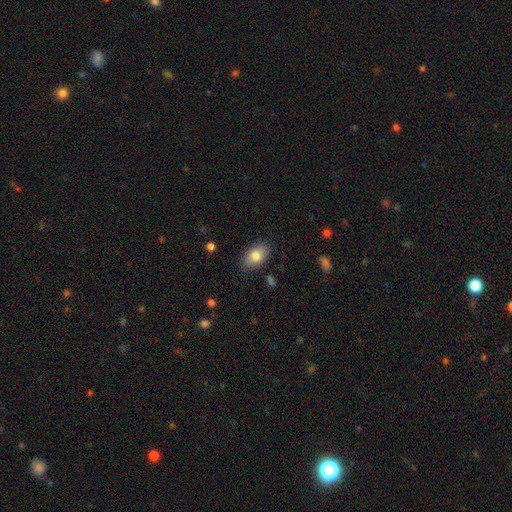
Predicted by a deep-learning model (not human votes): This is clearly a smooth galaxy (81%). How rounded: clearly in between (91%). Merging: clearly none (84%).